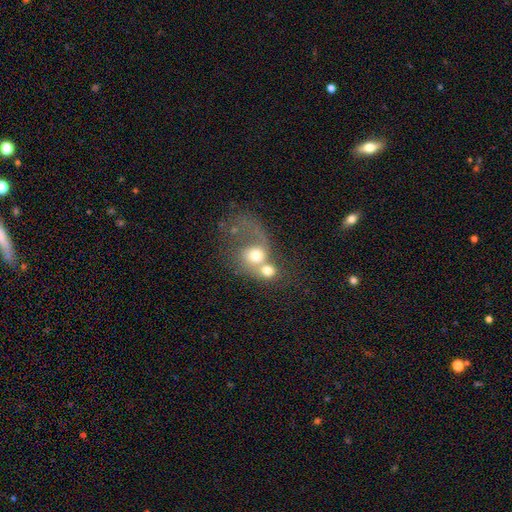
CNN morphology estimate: smooth 56%, featured or disk 33%, star or artifact 11%. Down the decision tree: how rounded — round (67%); merging — merger (72%).